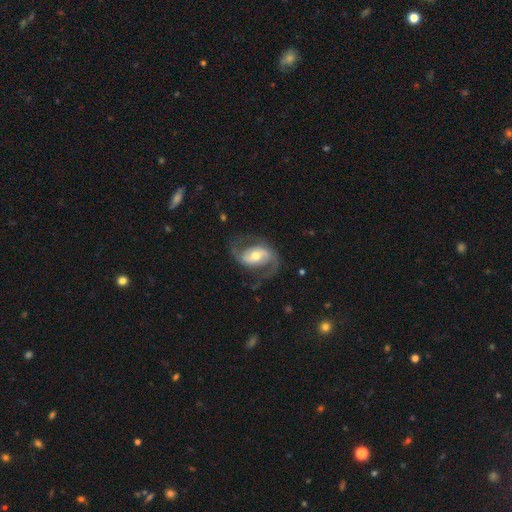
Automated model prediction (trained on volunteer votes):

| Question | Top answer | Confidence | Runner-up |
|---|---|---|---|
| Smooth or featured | featured or disk | 86% | smooth (9%) |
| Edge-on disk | no | 97% | yes (3%) |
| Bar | weak | 42% | no (33%) |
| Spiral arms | yes | 95% | no (5%) |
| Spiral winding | medium | 48% | loose (38%) |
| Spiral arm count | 2 | 91% | can't tell (3%) |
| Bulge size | moderate | 67% | small (22%) |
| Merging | none | 71% | minor disturbance (15%) |